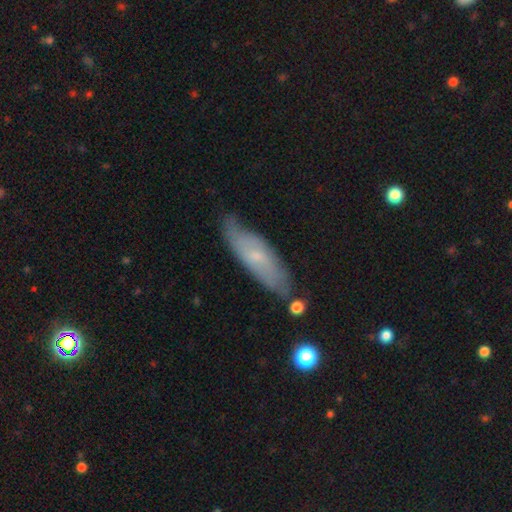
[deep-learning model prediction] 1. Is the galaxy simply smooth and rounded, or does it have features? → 50% smooth, 43% featured or disk, 7% star or artifact.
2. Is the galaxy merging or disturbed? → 69% none, 23% minor disturbance, 5% major disturbance, 3% merger.